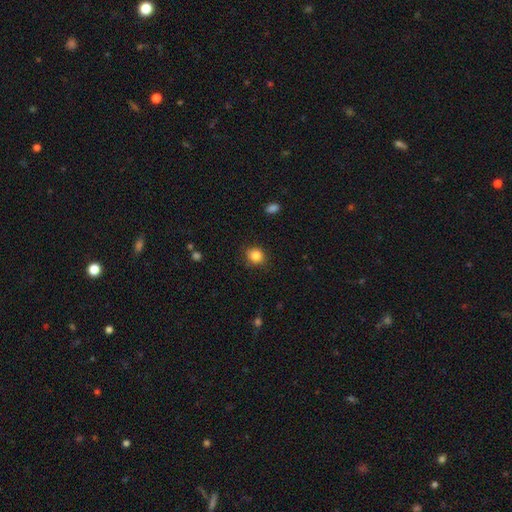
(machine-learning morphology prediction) Smooth or featured: smooth — 85% (star or artifact — 10%)
How rounded: round — 79% (in between — 20%)
Merging: none — 85% (minor disturbance — 11%)